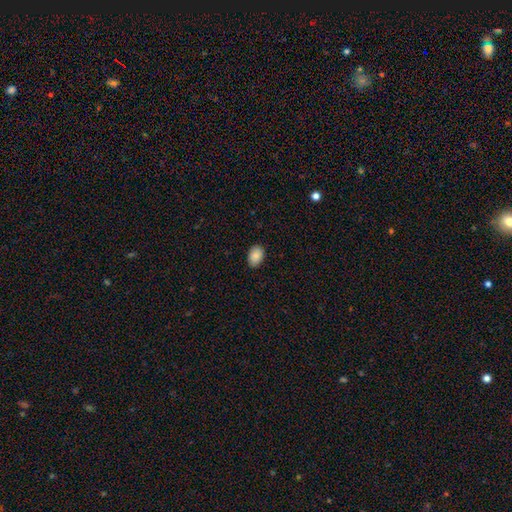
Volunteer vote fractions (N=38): smooth_or_featured: smooth (p=0.87) [alt: featured or disk p=0.08]
how_rounded: in between (p=0.91) [alt: round p=0.09]
merging: none (p=0.86) [alt: minor disturbance p=0.14]